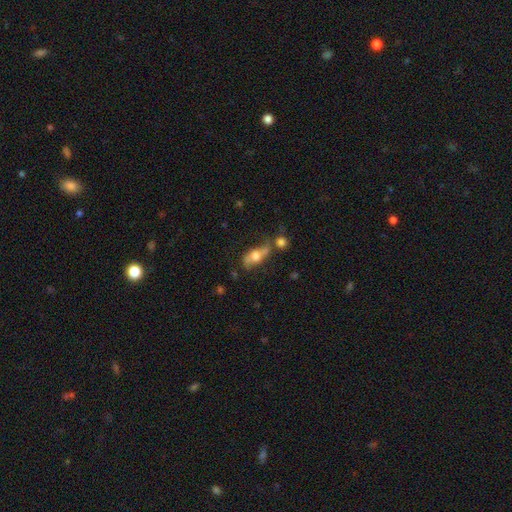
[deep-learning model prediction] Overall: featured or disk (55%; smooth 35%). Edge-on disk: no (79%). Merging: none (44%; merger 21%).